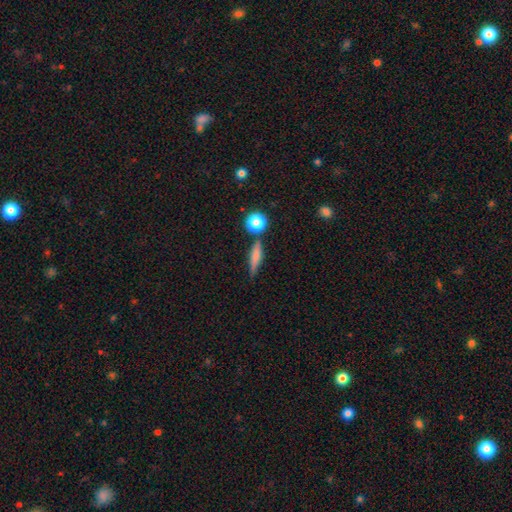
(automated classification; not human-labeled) Smooth or featured?
  - smooth: 59% *
  - featured or disk: 30%
  - star or artifact: 10%
How rounded?
  - cigar-shaped: 64% *
  - in between: 25%
  - round: 11%
Merging?
  - none: 72% *
  - minor disturbance: 16%
  - merger: 8%
  - major disturbance: 5%